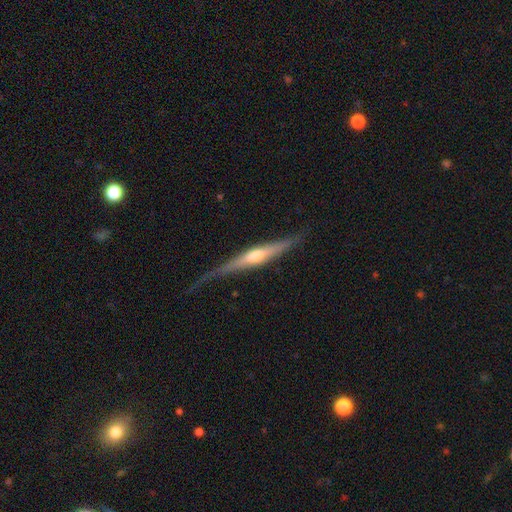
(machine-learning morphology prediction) smooth-or-featured: featured or disk: 71% | smooth: 24% | star or artifact: 5%
  disk-edge-on: yes: 95% | no: 5%
    edge-on-bulge: rounded: 78% | none: 13% | boxy: 9%
  merging: none: 62% | minor disturbance: 25% | major disturbance: 11% | merger: 2%